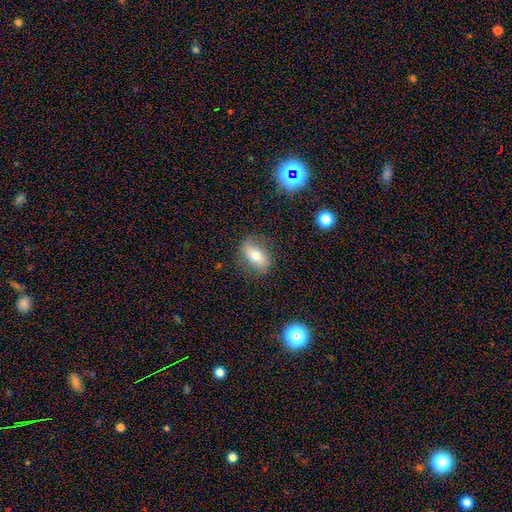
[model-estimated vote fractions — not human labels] smooth-or-featured: smooth: 61% | featured or disk: 30% | star or artifact: 9%
  how-rounded: in between: 83% | round: 11% | cigar-shaped: 5%
  merging: none: 81% | minor disturbance: 14% | major disturbance: 4% | merger: 1%